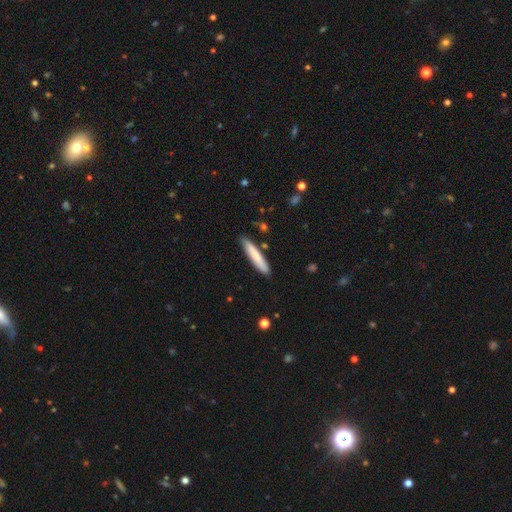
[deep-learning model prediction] smooth_or_featured: smooth (p=0.78) [alt: featured or disk p=0.16]
how_rounded: cigar-shaped (p=0.89) [alt: in between p=0.10]
merging: none (p=0.85) [alt: minor disturbance p=0.11]